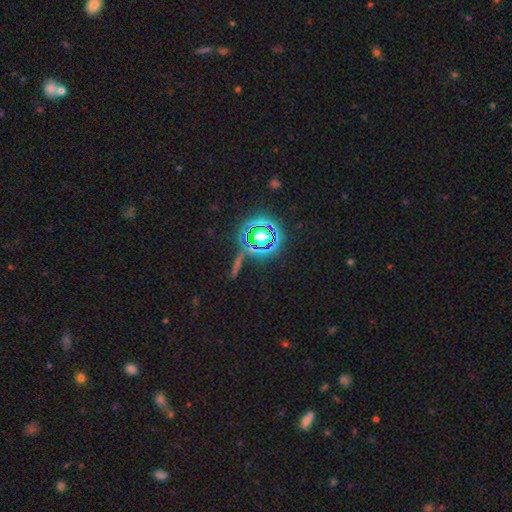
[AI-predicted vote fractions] Morphology: type=star or artifact (78%).